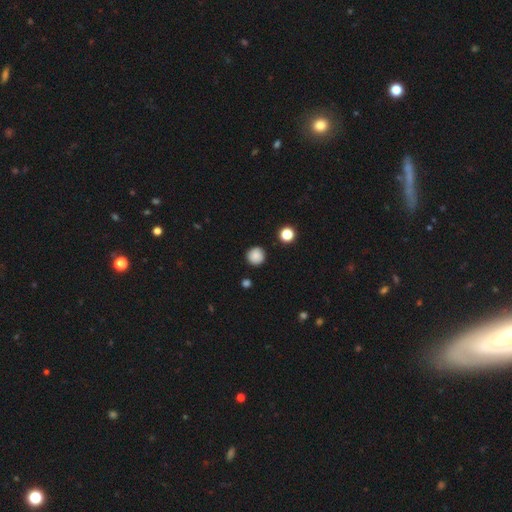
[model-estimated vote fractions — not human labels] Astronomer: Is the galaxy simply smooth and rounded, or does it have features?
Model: smooth — 86%.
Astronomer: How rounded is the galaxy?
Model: round — 94%.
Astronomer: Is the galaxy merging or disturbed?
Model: none — 90%.